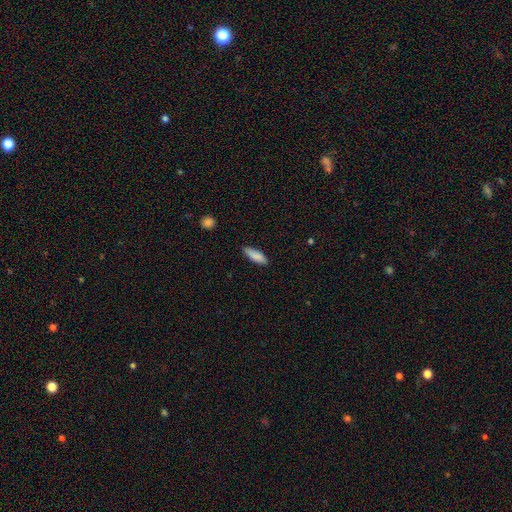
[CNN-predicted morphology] smooth_or_featured: smooth (p=0.87) [alt: featured or disk p=0.07]
how_rounded: in between (p=0.53) [alt: cigar-shaped p=0.45]
merging: none (p=0.83) [alt: minor disturbance p=0.13]